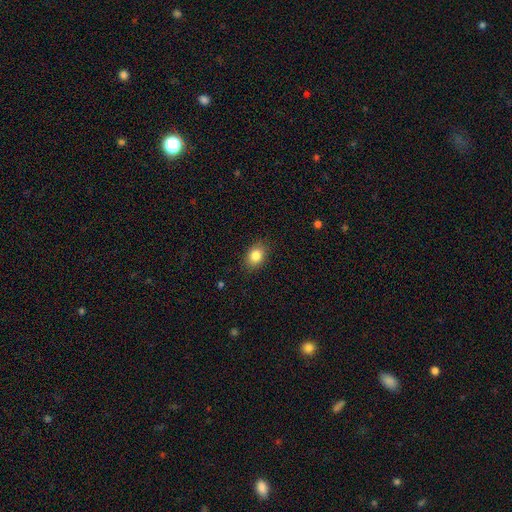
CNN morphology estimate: The model was most divided on "how rounded": in between: 70%, round: 29%, cigar-shaped: 1%. More confident: merging — none (87%); smooth or featured — smooth (84%).